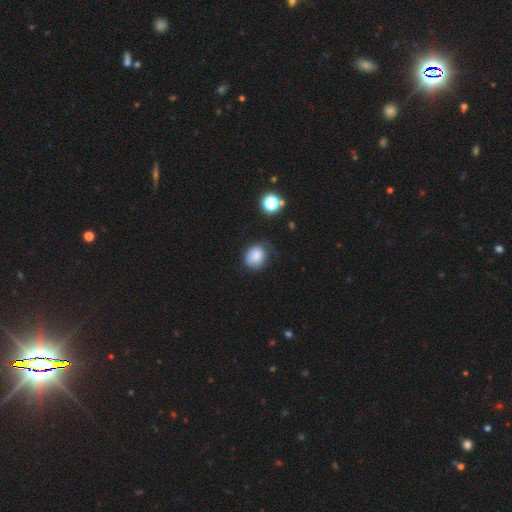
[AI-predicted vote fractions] smooth-or-featured: smooth: 80% | featured or disk: 11% | star or artifact: 10%
  how-rounded: round: 58% | in between: 41% | cigar-shaped: 1%
  merging: none: 51% | minor disturbance: 33% | major disturbance: 14% | merger: 3%